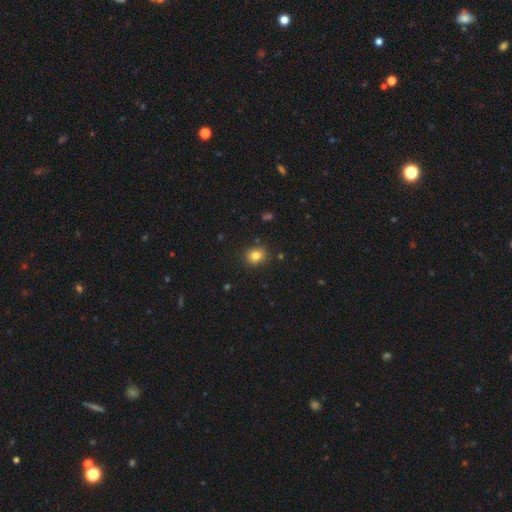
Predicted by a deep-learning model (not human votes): smooth-or-featured: smooth: 82% | star or artifact: 12% | featured or disk: 6%
  how-rounded: round: 75% | in between: 24% | cigar-shaped: 1%
  merging: none: 87% | minor disturbance: 9% | major disturbance: 2% | merger: 2%